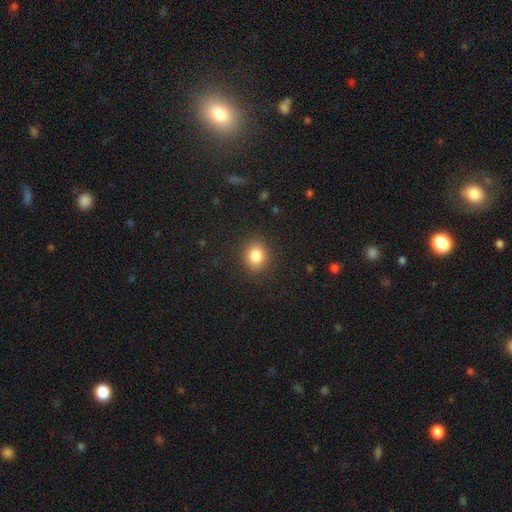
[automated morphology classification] This appears to be a smooth galaxy with no disk features (83%) that is round (65%). Merging: none (88%).